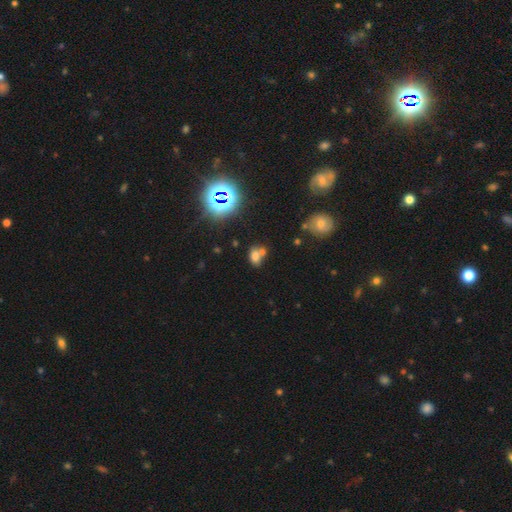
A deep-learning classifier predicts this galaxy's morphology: Smooth or featured?
  - smooth: 64% *
  - star or artifact: 22%
  - featured or disk: 14%
How rounded?
  - in between: 70% *
  - round: 28%
  - cigar-shaped: 2%
Merging?
  - merger: 47% *
  - none: 38%
  - minor disturbance: 10%
  - major disturbance: 4%